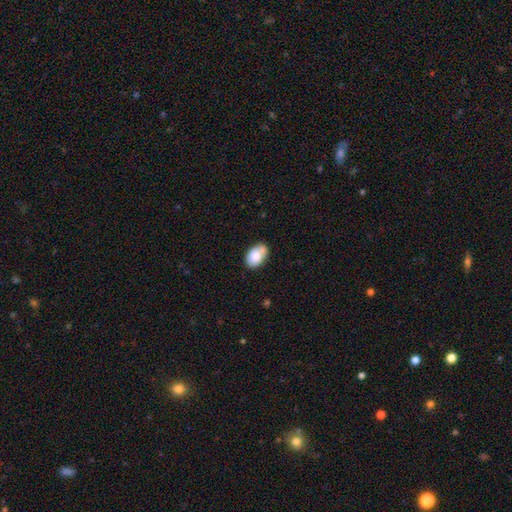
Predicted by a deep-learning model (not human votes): Smooth or featured? smooth (82%)
How rounded? in between (90%)
Merging? none (65%)